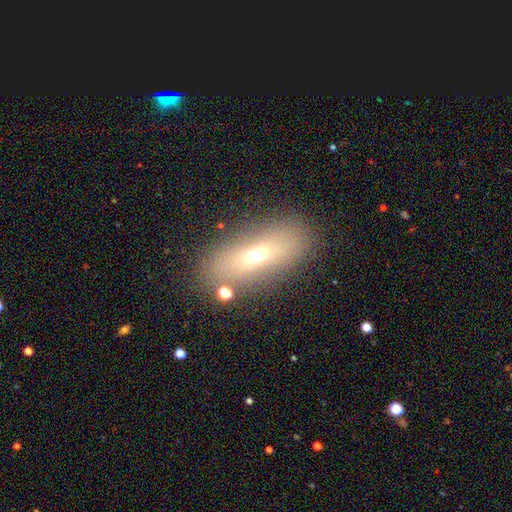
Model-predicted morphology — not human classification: Smooth or featured: smooth — 59% (featured or disk — 26%)
How rounded: in between — 72% (cigar-shaped — 21%)
Merging: none — 81% (minor disturbance — 10%)